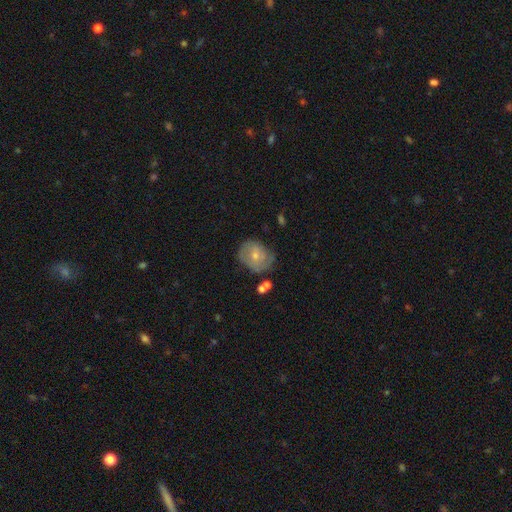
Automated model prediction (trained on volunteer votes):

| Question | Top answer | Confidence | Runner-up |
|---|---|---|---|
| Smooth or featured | smooth | 47% | featured or disk (45%) |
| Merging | none | 55% | minor disturbance (29%) |